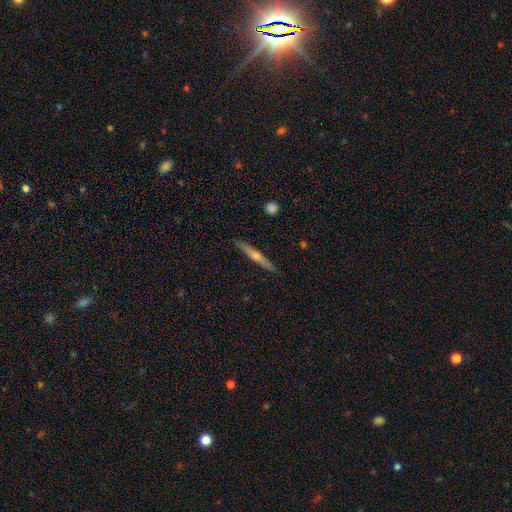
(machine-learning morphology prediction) type=featured or disk (72%); edge-on=yes (98%); edge-on bulge=rounded (86%); merging=none (91%).